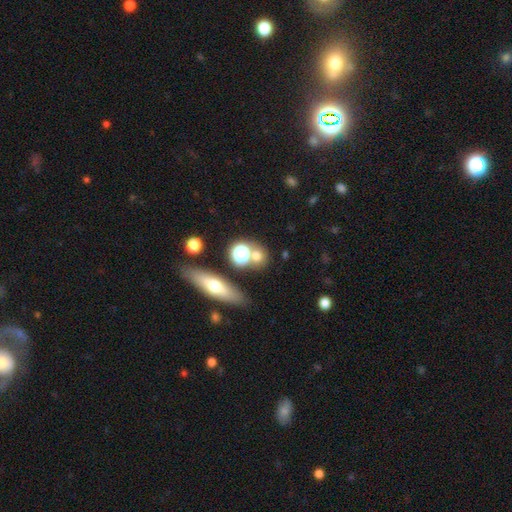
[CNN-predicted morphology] Smooth or featured? smooth (67%)
How rounded? round (77%)
Merging? none (65%)